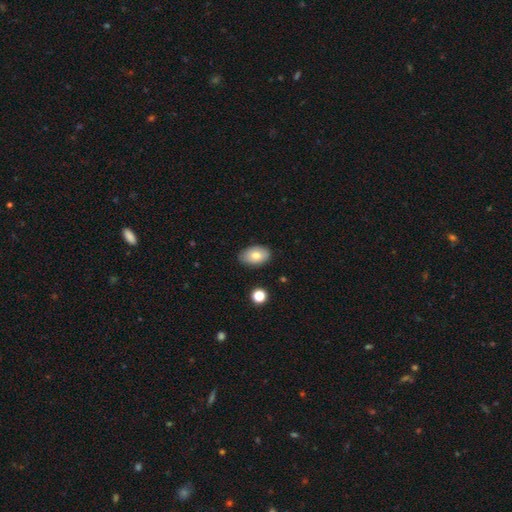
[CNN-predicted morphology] Q: Smooth or featured?
A: smooth (78%); runner-up: featured or disk (15%)
Q: How rounded?
A: in between (89%); runner-up: round (10%)
Q: Merging?
A: none (85%); runner-up: minor disturbance (12%)